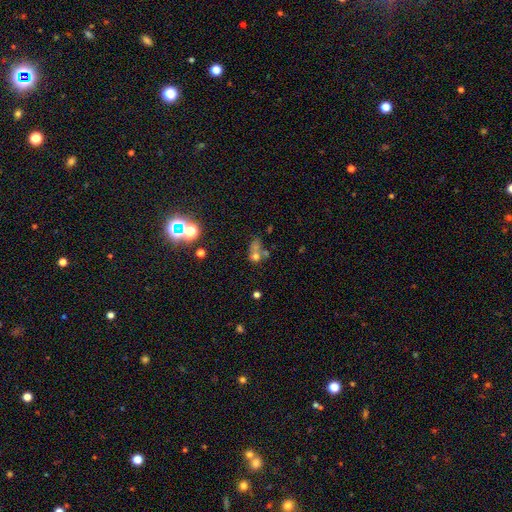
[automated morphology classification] Q: Smooth or featured?
A: smooth (56%); runner-up: star or artifact (24%)
Q: How rounded?
A: round (59%); runner-up: in between (38%)
Q: Merging?
A: merger (49%); runner-up: none (30%)